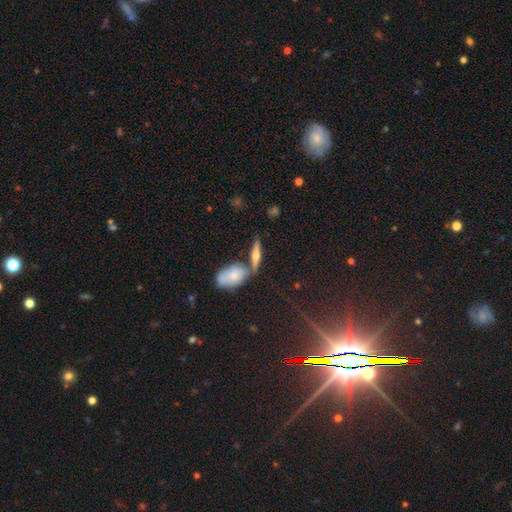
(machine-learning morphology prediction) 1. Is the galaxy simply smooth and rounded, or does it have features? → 54% featured or disk, 36% smooth, 10% star or artifact.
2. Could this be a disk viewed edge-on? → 94% yes, 6% no.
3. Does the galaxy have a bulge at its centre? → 90% rounded, 7% boxy, 4% none.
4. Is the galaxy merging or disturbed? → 68% none, 18% merger, 10% minor disturbance, 3% major disturbance.